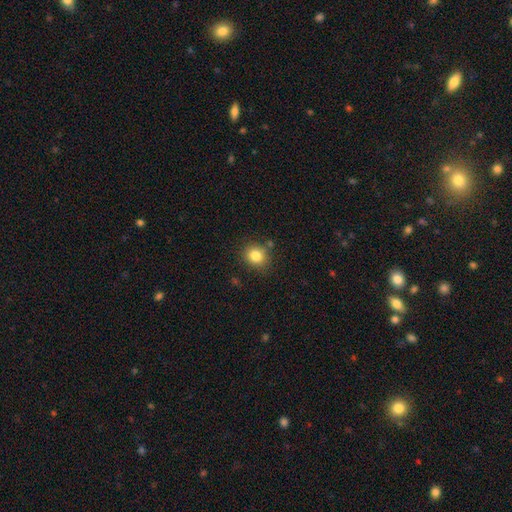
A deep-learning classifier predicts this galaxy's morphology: smooth-or-featured: smooth: 83% | star or artifact: 11% | featured or disk: 7%
  how-rounded: round: 76% | in between: 23% | cigar-shaped: 1%
  merging: none: 80% | minor disturbance: 12% | merger: 5% | major disturbance: 3%